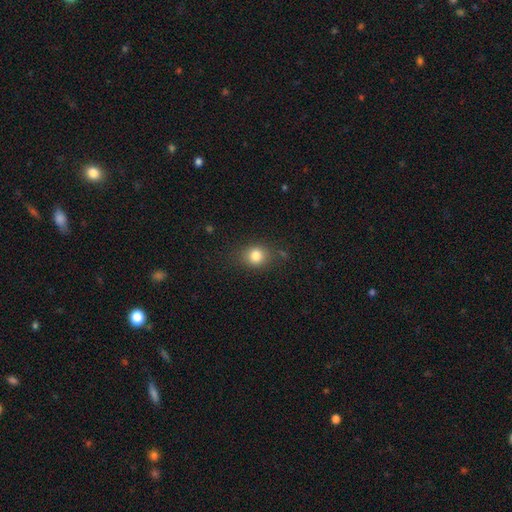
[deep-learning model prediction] smooth-or-featured: smooth: 81% | star or artifact: 11% | featured or disk: 7%
  how-rounded: round: 68% | in between: 31% | cigar-shaped: 1%
  merging: none: 79% | minor disturbance: 14% | major disturbance: 5% | merger: 2%